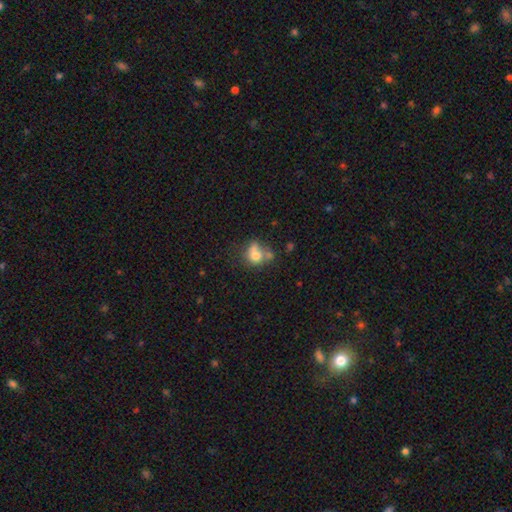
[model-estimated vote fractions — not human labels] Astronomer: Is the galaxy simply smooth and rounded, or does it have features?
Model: smooth — 71%.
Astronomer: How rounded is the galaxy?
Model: round — 65%.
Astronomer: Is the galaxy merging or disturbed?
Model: merger — 38% (runner-up: none, 31%).